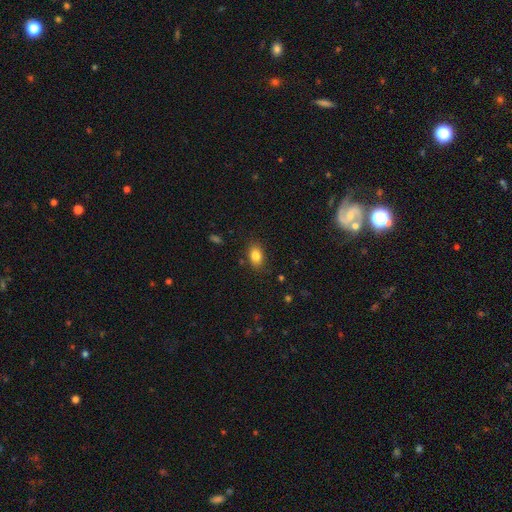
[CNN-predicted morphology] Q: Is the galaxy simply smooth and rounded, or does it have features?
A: smooth — 84%.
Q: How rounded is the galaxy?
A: in between — 81%.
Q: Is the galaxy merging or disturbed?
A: none — 82%.